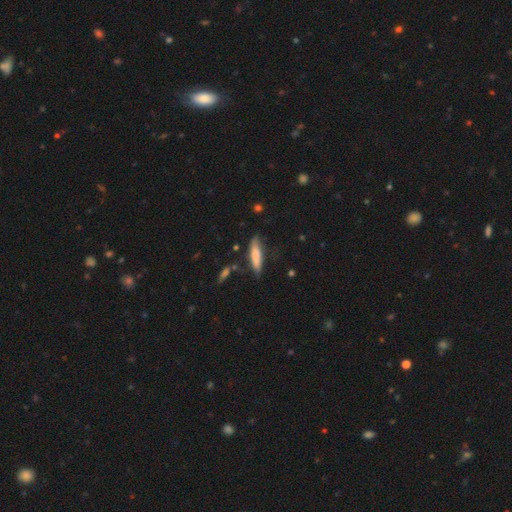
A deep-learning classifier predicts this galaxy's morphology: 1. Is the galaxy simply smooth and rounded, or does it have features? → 77% smooth, 17% featured or disk, 6% star or artifact.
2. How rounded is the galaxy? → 74% cigar-shaped, 25% in between, 2% round.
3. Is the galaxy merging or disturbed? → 71% none, 21% minor disturbance, 5% major disturbance, 3% merger.